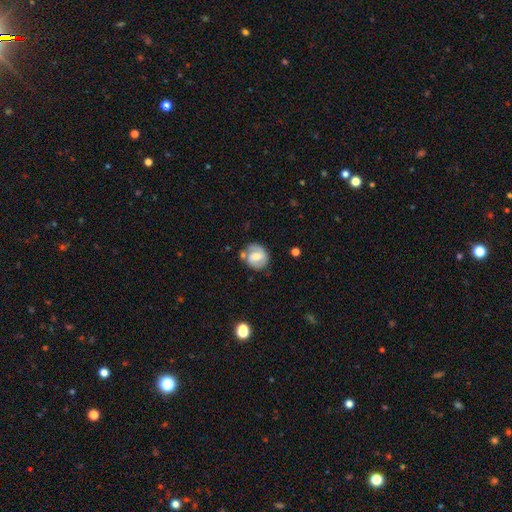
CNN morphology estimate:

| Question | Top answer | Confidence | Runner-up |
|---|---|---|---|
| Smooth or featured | featured or disk | 52% | smooth (41%) |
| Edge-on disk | no | 97% | yes (3%) |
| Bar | weak | 49% | no (31%) |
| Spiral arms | yes | 75% | no (25%) |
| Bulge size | moderate | 61% | small (29%) |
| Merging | none | 65% | minor disturbance (21%) |